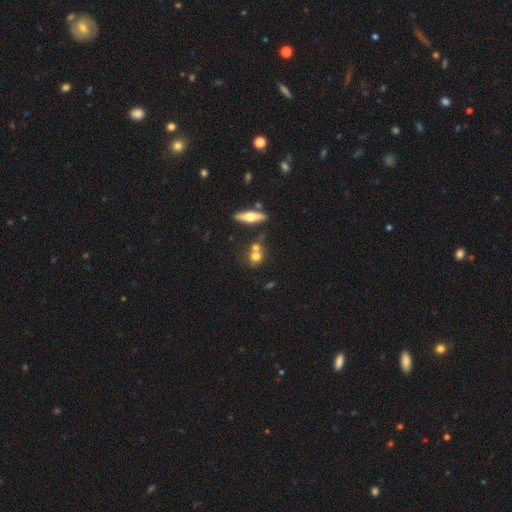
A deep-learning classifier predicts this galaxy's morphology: Smooth or featured? smooth (66%)
How rounded? round (65%)
Merging? none (45%)